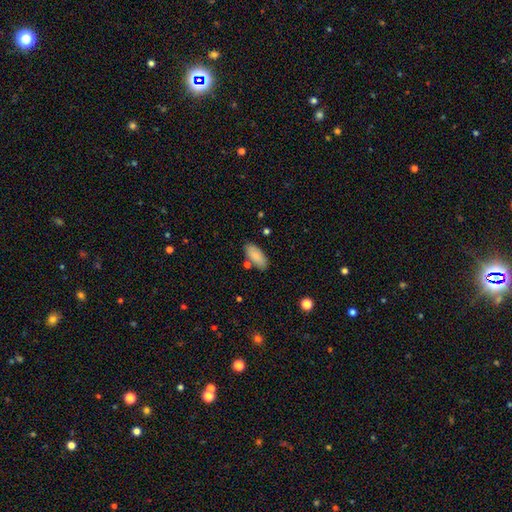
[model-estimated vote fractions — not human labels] smooth 85%, featured or disk 9%, star or artifact 6%. Down the decision tree: how rounded — in between (89%); merging — none (80%).